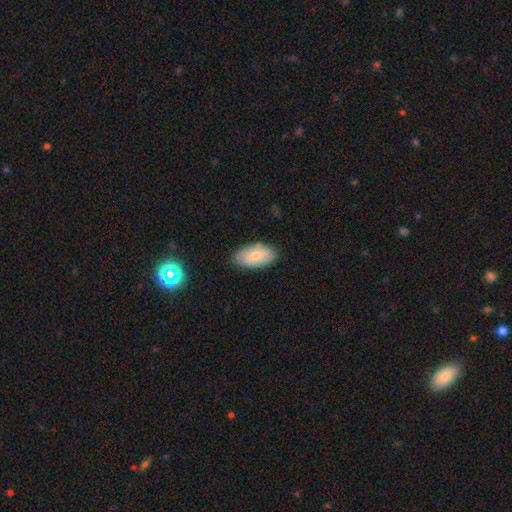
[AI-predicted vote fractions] Morphology: type=smooth (73%); roundness=in between (94%); merging=none (82%).